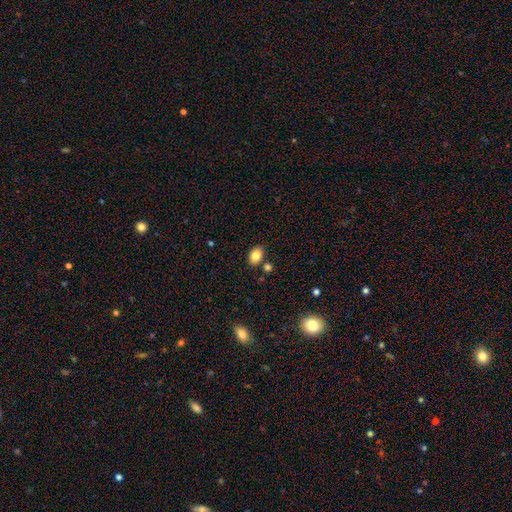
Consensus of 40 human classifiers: Q: Smooth or featured?
A: smooth (80%); runner-up: featured or disk (10%)
Q: How rounded?
A: in between (69%); runner-up: round (31%)
Q: Merging?
A: none (75%); runner-up: minor disturbance (11%)